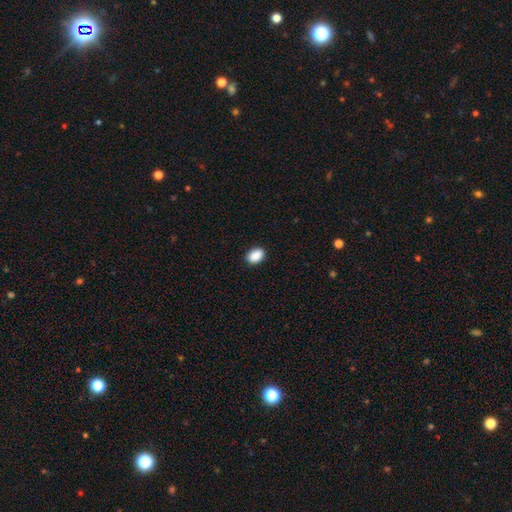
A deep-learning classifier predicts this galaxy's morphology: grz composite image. It shows a smooth galaxy with no disk features (90%) that is in between round and cigar-shaped (83%). Merging: none (89%).